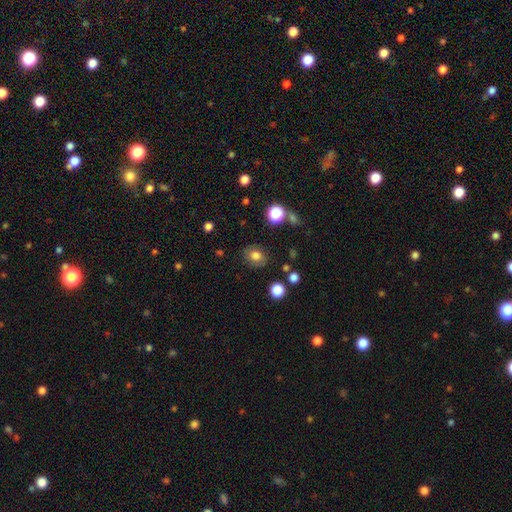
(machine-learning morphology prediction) smooth_or_featured: smooth (p=0.79) [alt: star or artifact p=0.12]
how_rounded: round (p=0.55) [alt: in between p=0.44]
merging: none (p=0.81) [alt: minor disturbance p=0.12]